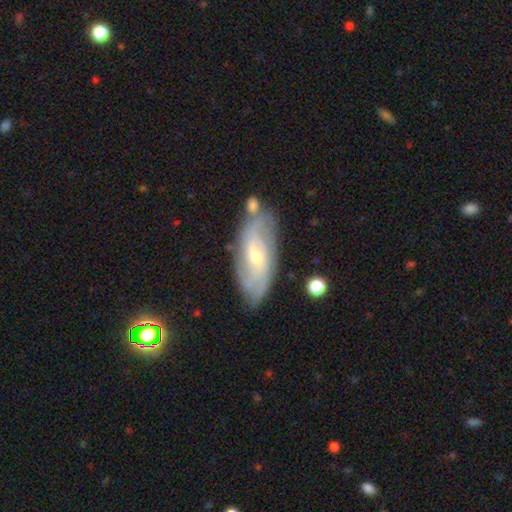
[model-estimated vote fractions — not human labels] Overall: featured or disk (77%). Edge-on disk: no (89%). Bar: no (52%; weak 39%). Spiral arms: yes (92%). Spiral arm count: can't tell (38%; 2 28%). Spiral winding: tight (51%; medium 35%). Bulge size: small (56%; moderate 41%). Merging: none (75%).